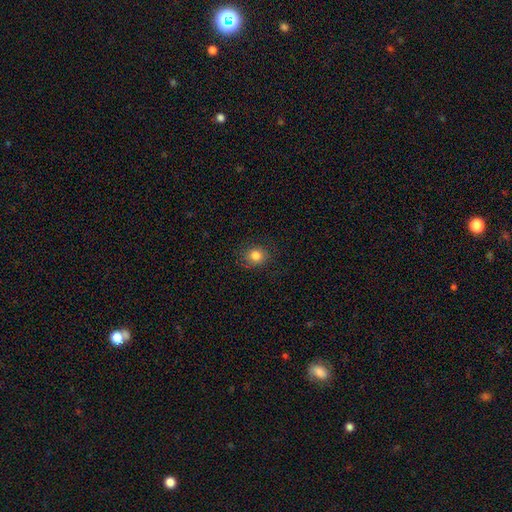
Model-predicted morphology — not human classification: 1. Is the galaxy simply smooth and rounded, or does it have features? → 83% smooth, 11% star or artifact, 6% featured or disk.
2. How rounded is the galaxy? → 80% round, 19% in between, 1% cigar-shaped.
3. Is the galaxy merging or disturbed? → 85% none, 11% minor disturbance, 3% major disturbance, 1% merger.